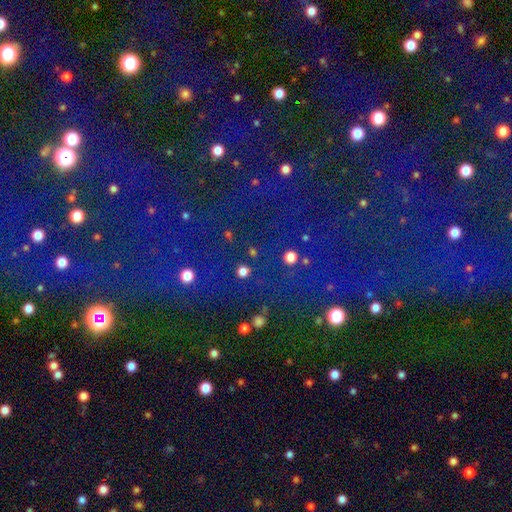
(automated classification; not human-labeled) This appears to be a star or artifact, not a galaxy (77%).